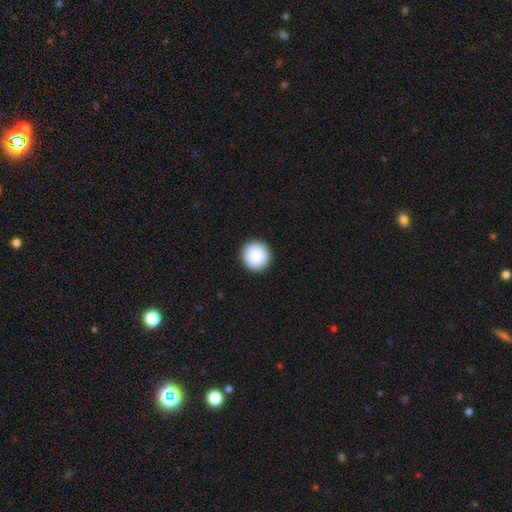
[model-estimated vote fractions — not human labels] smooth-or-featured: smooth: 89% | star or artifact: 7% | featured or disk: 4%
  how-rounded: round: 96% | in between: 3% | cigar-shaped: 1%
  merging: none: 93% | minor disturbance: 4% | major disturbance: 1% | merger: 1%